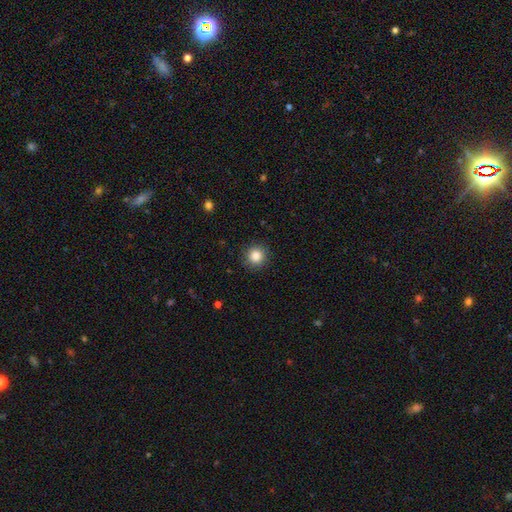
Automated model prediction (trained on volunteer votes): A smooth galaxy with no disk features (86%) that is round (93%). Merging: none (89%).